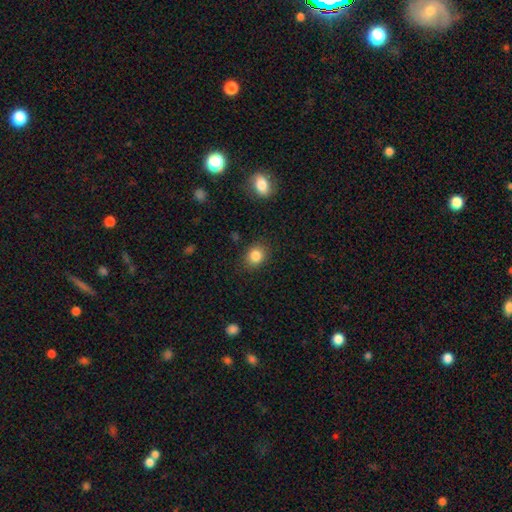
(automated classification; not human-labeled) Overall: smooth (84%). How rounded: round (59%; in between 40%). Merging: none (86%).